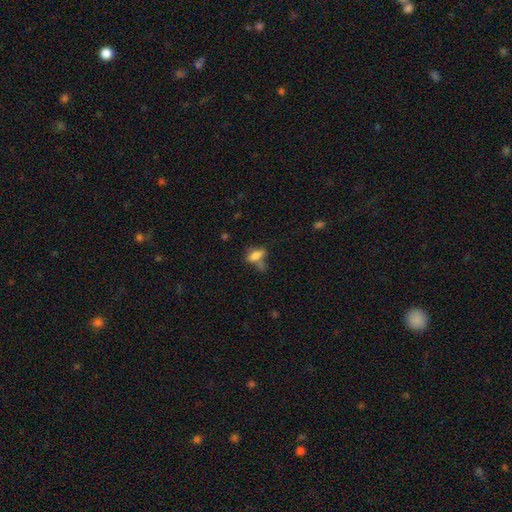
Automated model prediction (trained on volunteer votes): A smooth galaxy with no disk features (73%) that is in between round and cigar-shaped (78%).

Vote fractions:
- Smooth or featured? smooth: 73% / featured or disk: 16% / star or artifact: 11%
- How rounded? in between: 78% / cigar-shaped: 15% / round: 7%
- Merging? none: 44% / merger: 24% / minor disturbance: 20% / major disturbance: 12%